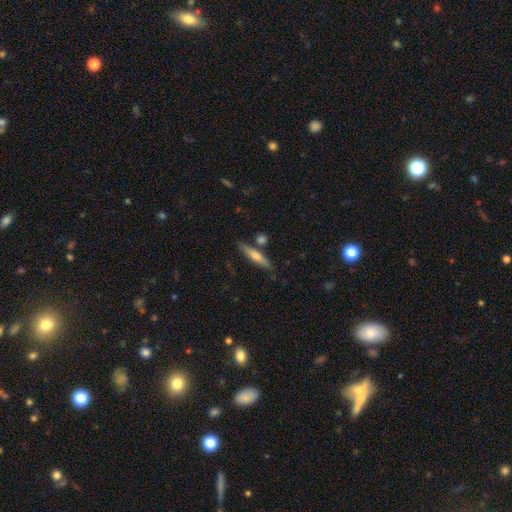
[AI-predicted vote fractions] smooth-or-featured: smooth: 51% | featured or disk: 43% | star or artifact: 6%
  how-rounded: cigar-shaped: 84% | in between: 14% | round: 2%
  merging: none: 77% | minor disturbance: 12% | merger: 9% | major disturbance: 3%